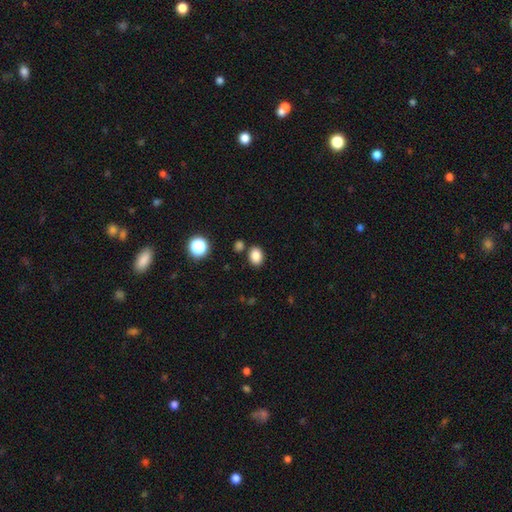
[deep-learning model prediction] Morphology: type=smooth (85%); roundness=in between (64%); merging=none (80%).